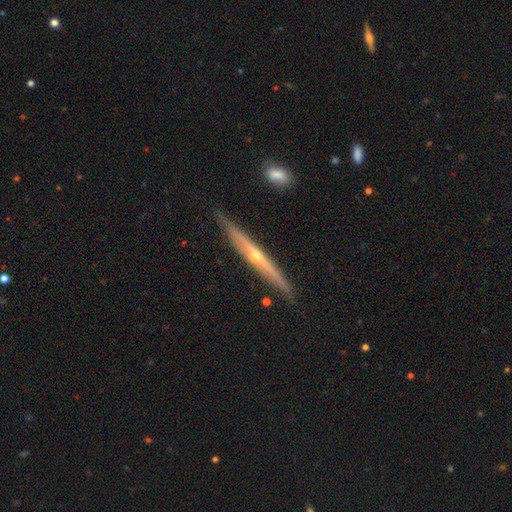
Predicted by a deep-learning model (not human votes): This is likely a featured or disk galaxy (78%). It is clearly viewed edge-on (97%). Edge-on bulge: clearly rounded (81%). Merging: clearly none (89%).